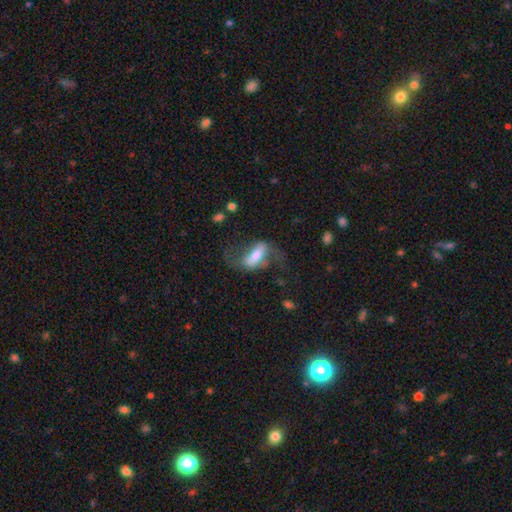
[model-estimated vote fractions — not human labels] Smooth or featured: featured or disk — 62% (smooth — 31%)
Edge-on disk: no — 88% (yes — 12%)
Bar: strong — 53% (weak — 28%)
Spiral arms: yes — 77% (no — 23%)
Bulge size: moderate — 46% (small — 28%)
Merging: none — 48% (major disturbance — 31%)